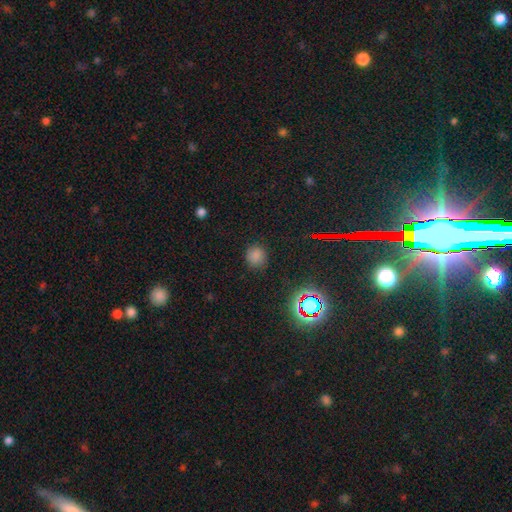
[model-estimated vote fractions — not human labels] Smooth or featured? smooth (75%)
How rounded? round (88%)
Merging? none (86%)